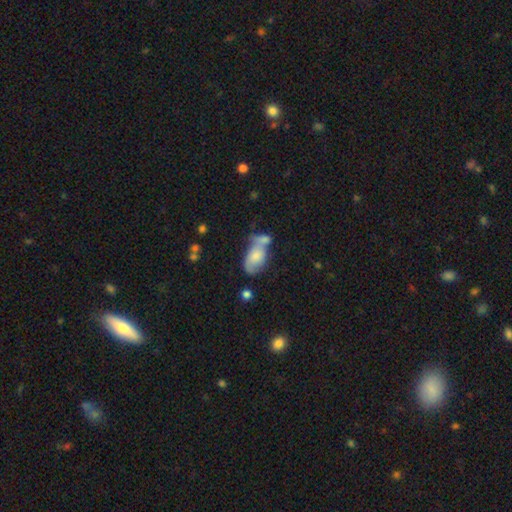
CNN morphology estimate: smooth 58%, featured or disk 32%, star or artifact 9%. Down the decision tree: how rounded — in between (90%); merging — merger (42%).